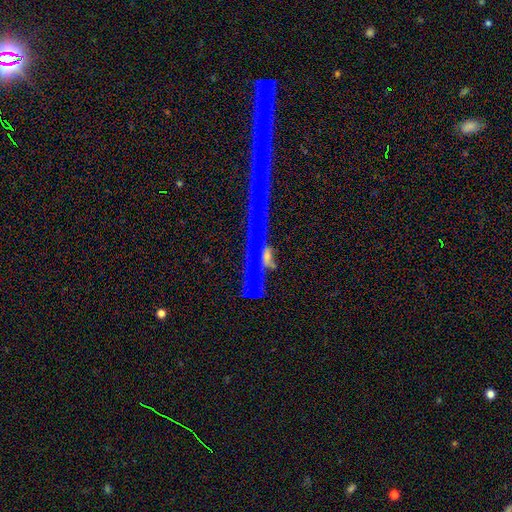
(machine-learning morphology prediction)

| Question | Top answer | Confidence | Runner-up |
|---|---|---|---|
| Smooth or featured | star or artifact | 76% | featured or disk (15%) |